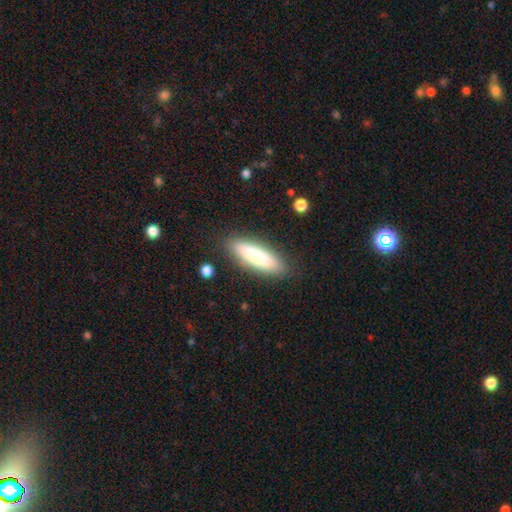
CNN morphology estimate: A smooth galaxy with no disk features (81%) that is cigar-shaped (57%). Merging: none (86%).